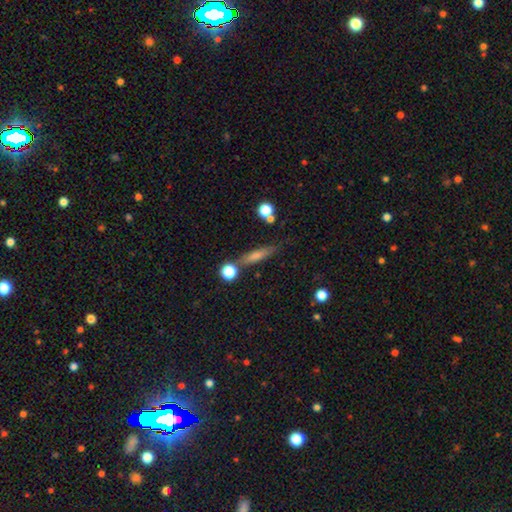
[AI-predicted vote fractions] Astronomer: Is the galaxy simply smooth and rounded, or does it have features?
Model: smooth — 50% (runner-up: featured or disk, 38%).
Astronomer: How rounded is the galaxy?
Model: cigar-shaped — 81%.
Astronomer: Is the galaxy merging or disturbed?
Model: none — 77%.